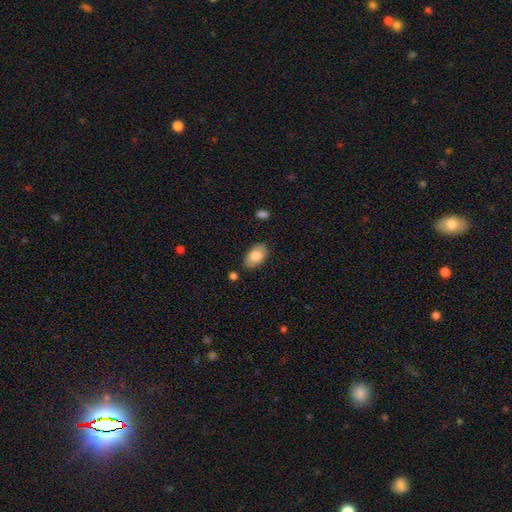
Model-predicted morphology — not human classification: This appears to be a smooth galaxy with no disk features (80%) that is in between round and cigar-shaped (92%). Merging: none (82%).